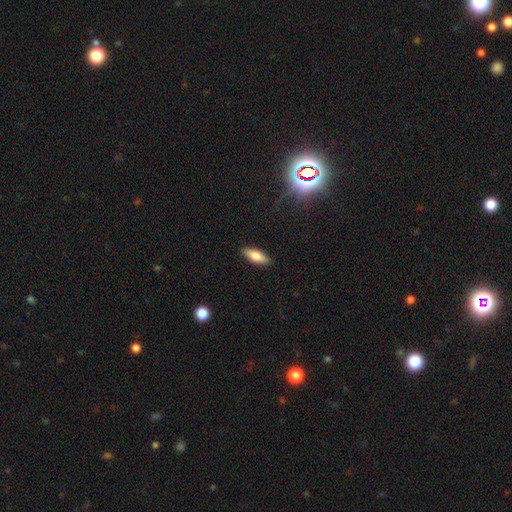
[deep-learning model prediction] smooth-or-featured: smooth: 78% | featured or disk: 15% | star or artifact: 7%
  how-rounded: in between: 71% | cigar-shaped: 27% | round: 2%
  merging: none: 89% | minor disturbance: 8% | major disturbance: 2% | merger: 1%